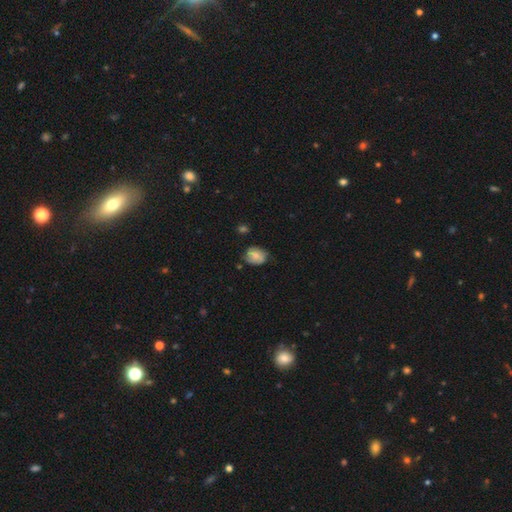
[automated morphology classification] smooth 59%, featured or disk 33%, star or artifact 8%. Down the decision tree: how rounded — in between (54%); merging — none (61%).